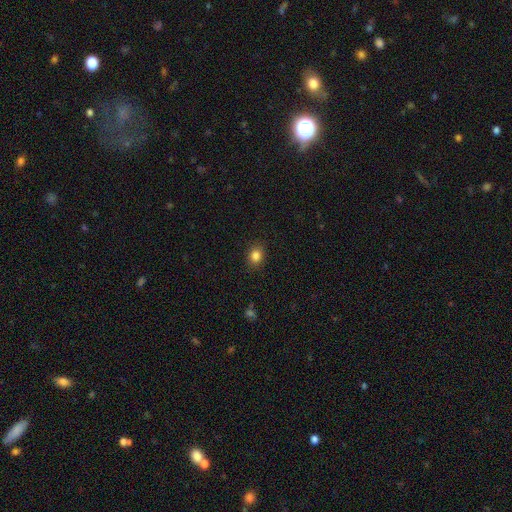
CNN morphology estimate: smooth-or-featured: smooth: 84% | star or artifact: 11% | featured or disk: 5%
  how-rounded: round: 54% | in between: 45% | cigar-shaped: 1%
  merging: none: 88% | minor disturbance: 8% | major disturbance: 2% | merger: 1%